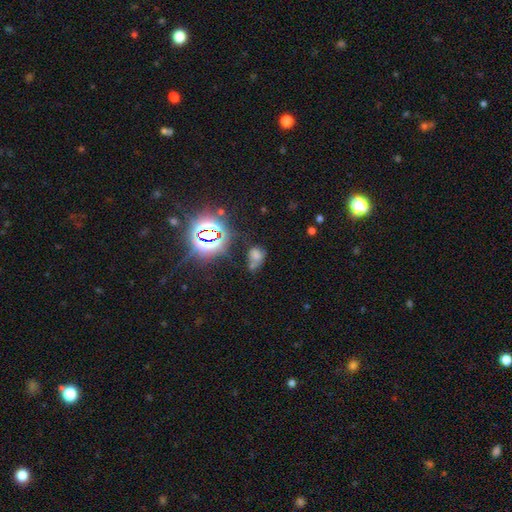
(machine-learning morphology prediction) Q: Smooth or featured?
A: smooth (54%); runner-up: star or artifact (32%)
Q: How rounded?
A: in between (62%); runner-up: round (36%)
Q: Merging?
A: none (36%); runner-up: merger (30%)